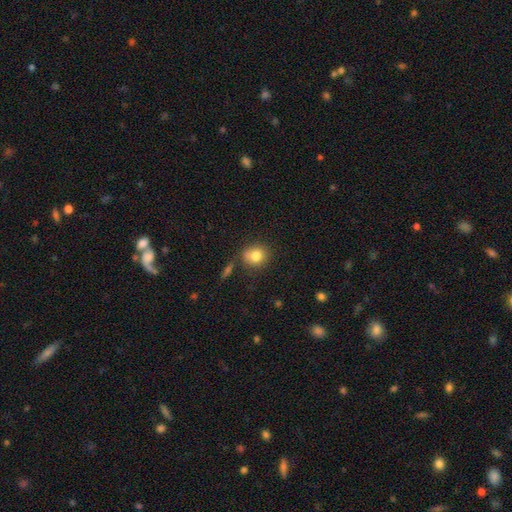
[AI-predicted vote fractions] A smooth galaxy with no disk features (80%) that is round (77%). Merging: none (65%).